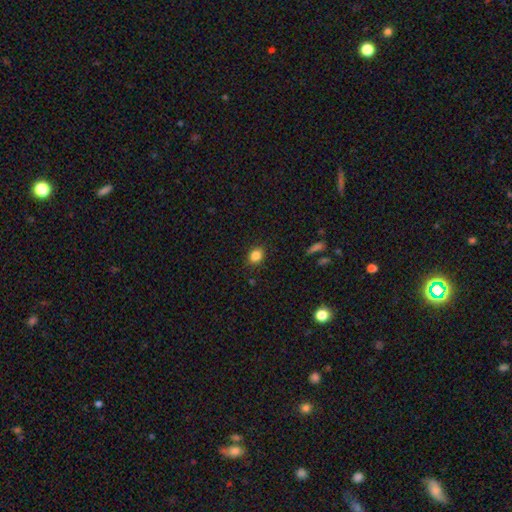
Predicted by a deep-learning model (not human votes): Smooth or featured? Predicted: smooth (p=0.85). How rounded? Predicted: round (p=0.50). Merging? Predicted: none (p=0.88).